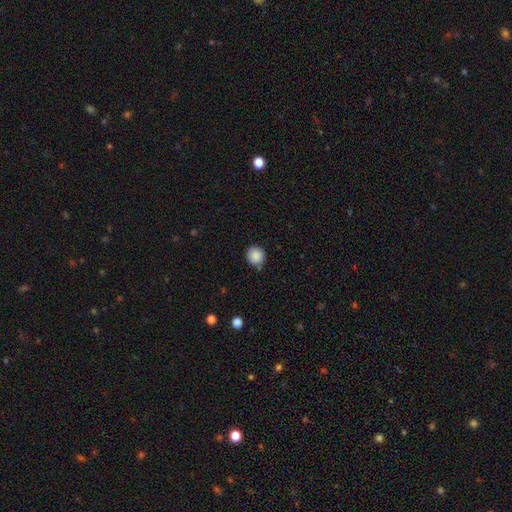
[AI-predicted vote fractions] Smooth or featured?
  - smooth: 87% *
  - star or artifact: 9%
  - featured or disk: 4%
How rounded?
  - round: 92% *
  - in between: 7%
  - cigar-shaped: 1%
Merging?
  - none: 82% *
  - minor disturbance: 12%
  - merger: 4%
  - major disturbance: 3%